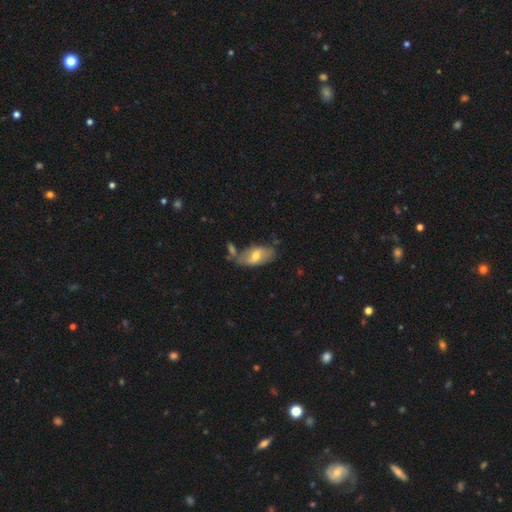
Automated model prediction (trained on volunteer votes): A smooth galaxy with no disk features (56%) that is in between round and cigar-shaped (90%). Merging: none (52%).